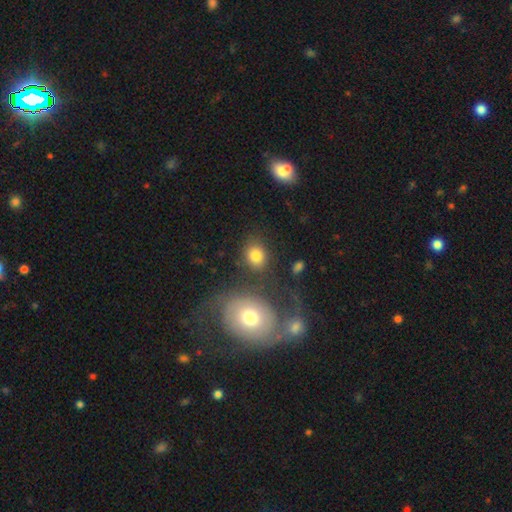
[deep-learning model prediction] Smooth or featured? Predicted: smooth (p=0.80). How rounded? Predicted: round (p=0.59). Merging? Predicted: none (p=0.72).